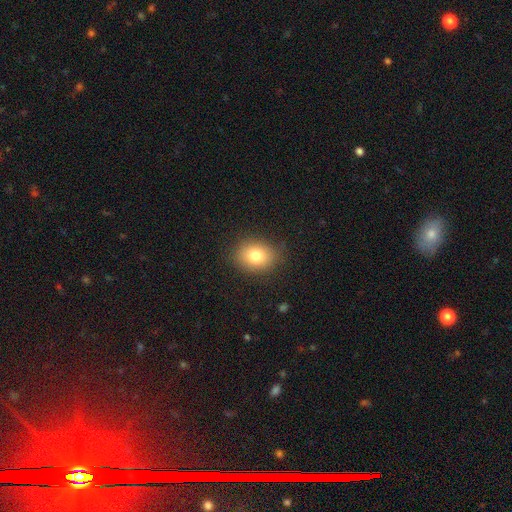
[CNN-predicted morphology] The model was most divided on "how rounded": in between: 54%, round: 45%, cigar-shaped: 1%. More confident: merging — none (85%); smooth or featured — smooth (79%).